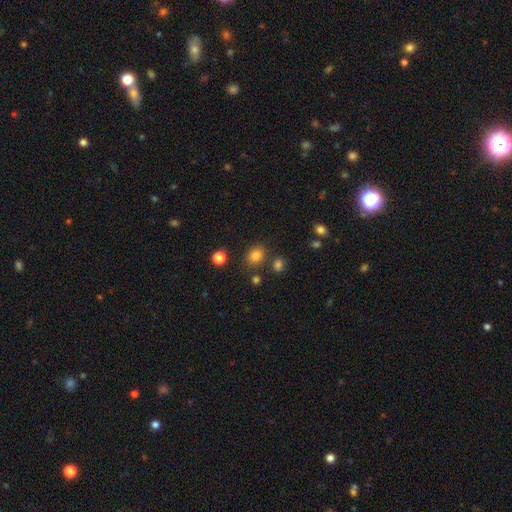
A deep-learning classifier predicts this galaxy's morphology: Overall: smooth (81%). How rounded: round (55%; in between 44%). Merging: none (79%).